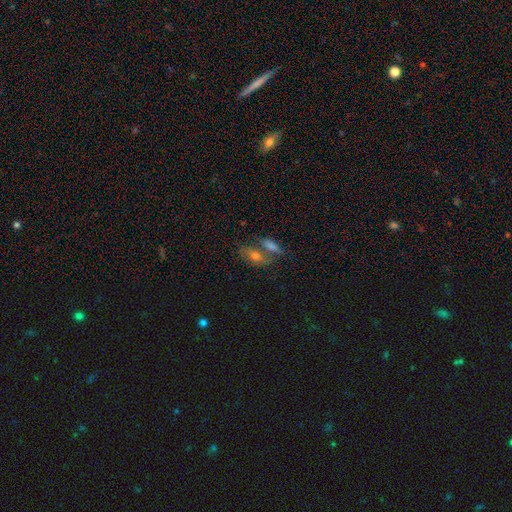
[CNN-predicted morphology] Smooth or featured: smooth — 54% (featured or disk — 30%)
How rounded: in between — 72% (cigar-shaped — 18%)
Merging: none — 44% (merger — 41%)